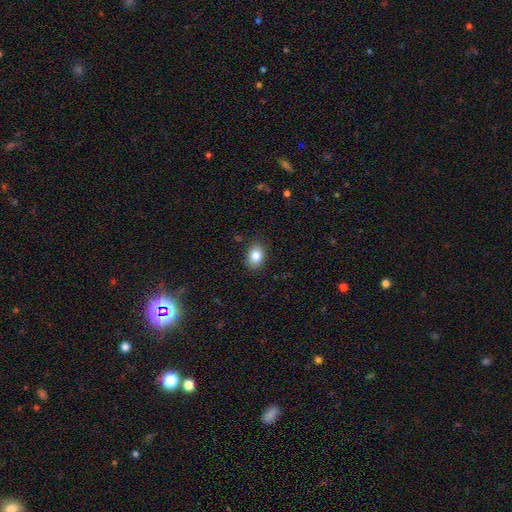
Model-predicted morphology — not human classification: smooth 85%, star or artifact 9%, featured or disk 7%. Down the decision tree: how rounded — in between (68%); merging — none (86%).